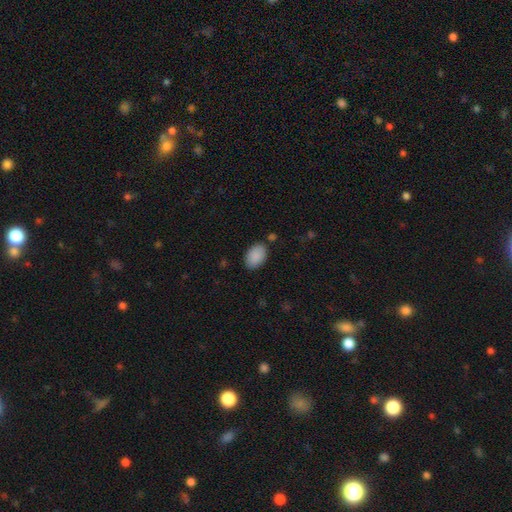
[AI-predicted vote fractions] smooth-or-featured: smooth: 90% | star or artifact: 7% | featured or disk: 4%
  how-rounded: in between: 91% | round: 8% | cigar-shaped: 1%
  merging: none: 82% | minor disturbance: 12% | major disturbance: 3% | merger: 3%